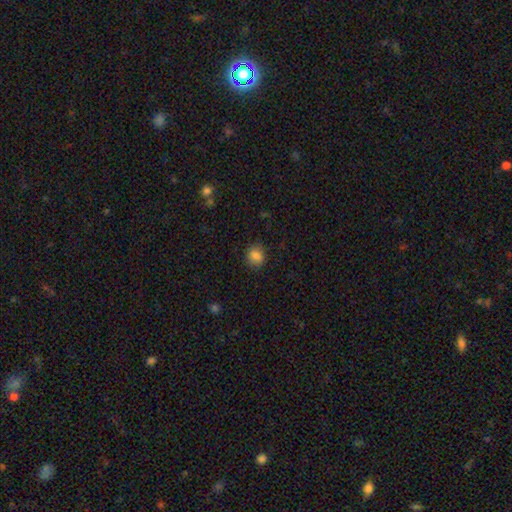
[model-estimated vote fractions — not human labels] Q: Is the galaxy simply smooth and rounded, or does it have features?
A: smooth — 84%.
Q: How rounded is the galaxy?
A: round — 65%.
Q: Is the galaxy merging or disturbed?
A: none — 85%.